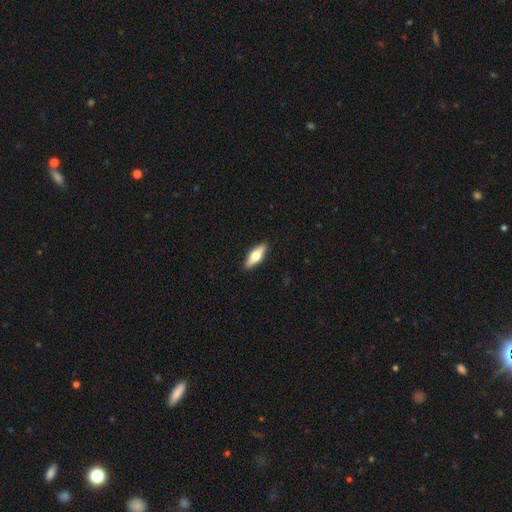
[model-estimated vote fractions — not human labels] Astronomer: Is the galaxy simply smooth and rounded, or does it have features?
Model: smooth — 54% (runner-up: featured or disk, 40%).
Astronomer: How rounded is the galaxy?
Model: in between — 55% (runner-up: cigar-shaped, 42%).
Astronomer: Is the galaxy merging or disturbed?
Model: none — 90%.